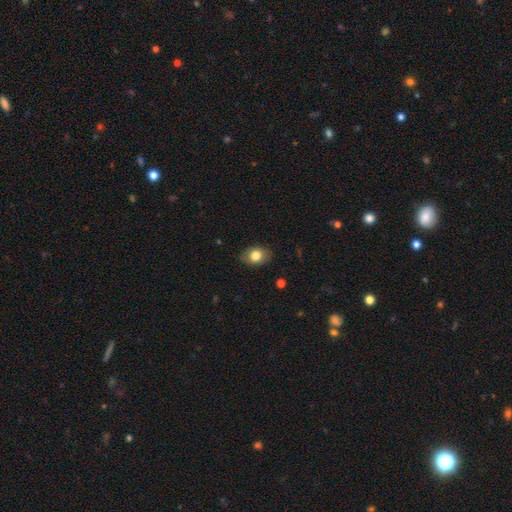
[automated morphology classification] This appears to be a smooth galaxy with no disk features (80%) that is in between round and cigar-shaped (74%). Merging: none (84%).